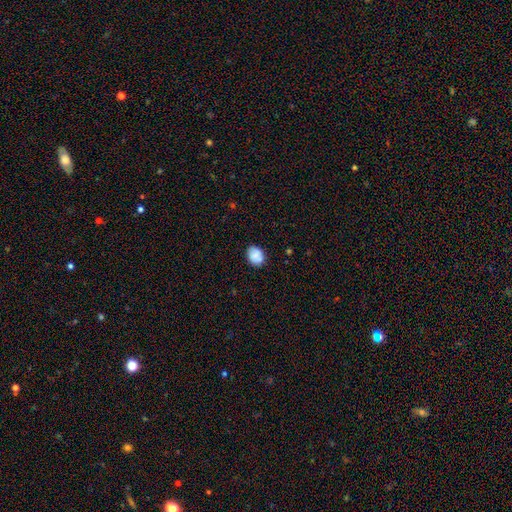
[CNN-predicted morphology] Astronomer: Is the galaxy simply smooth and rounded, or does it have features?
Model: smooth — 84%.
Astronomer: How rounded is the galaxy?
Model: in between — 56% (runner-up: round, 44%).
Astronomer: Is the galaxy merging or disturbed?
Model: none — 81%.